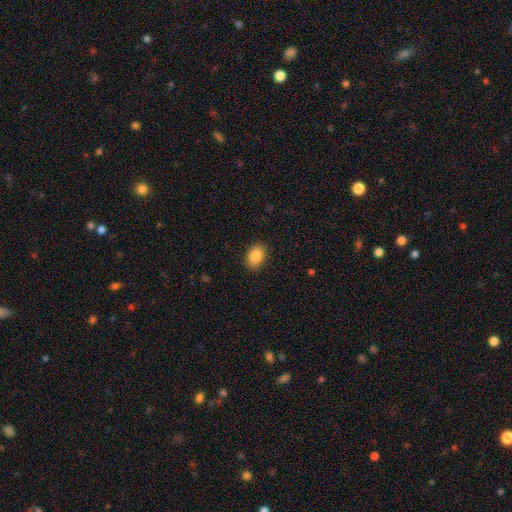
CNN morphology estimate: smooth 89%, star or artifact 8%, featured or disk 4%. Down the decision tree: how rounded — in between (81%); merging — none (87%).